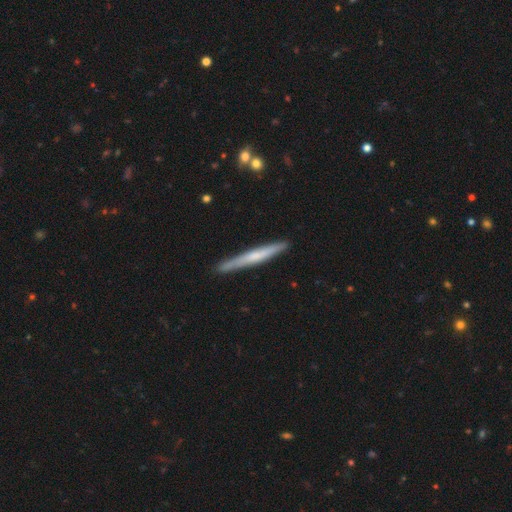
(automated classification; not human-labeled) smooth-or-featured: featured or disk: 48% | smooth: 47% | star or artifact: 6%
  merging: none: 90% | minor disturbance: 7% | merger: 1% | major disturbance: 1%